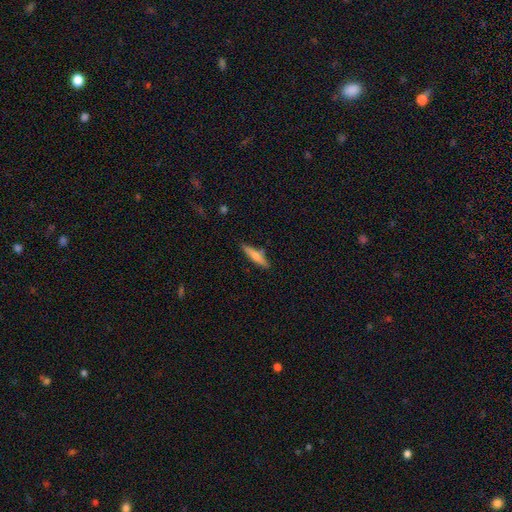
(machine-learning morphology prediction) Smooth or featured? Predicted: smooth (p=0.66). How rounded? Predicted: cigar-shaped (p=0.85). Merging? Predicted: none (p=0.82).